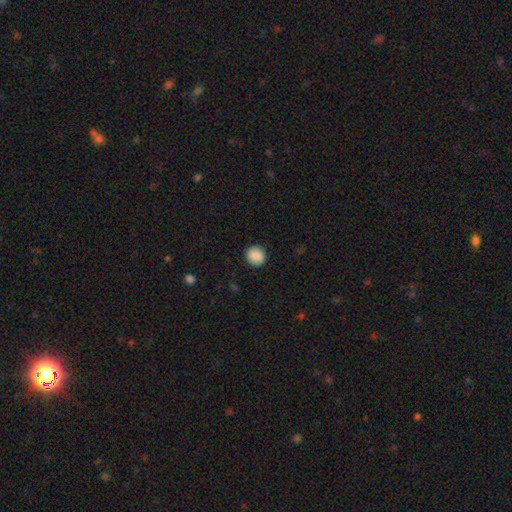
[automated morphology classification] A smooth galaxy with no disk features (89%) that is round (91%).

Vote fractions:
- Smooth or featured? smooth: 89% / star or artifact: 8% / featured or disk: 4%
- How rounded? round: 91% / in between: 8% / cigar-shaped: 1%
- Merging? none: 90% / minor disturbance: 7% / major disturbance: 2% / merger: 1%